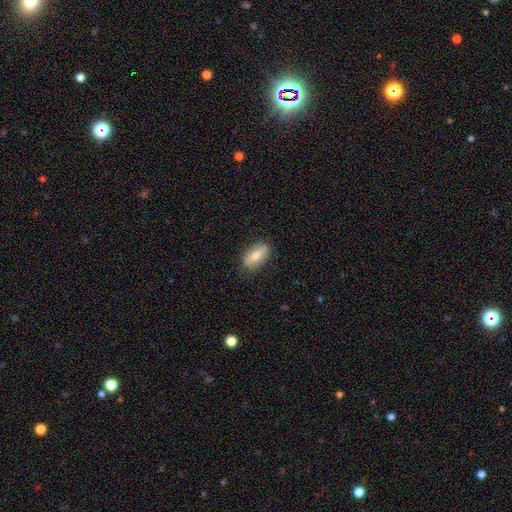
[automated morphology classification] The model was most divided on "smooth or featured": smooth: 69%, featured or disk: 24%, star or artifact: 7%. More confident: how rounded — in between (87%); merging — none (83%).